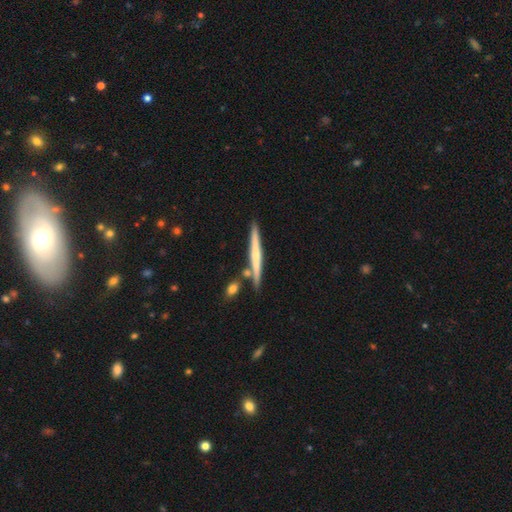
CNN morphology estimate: Q: Smooth or featured?
A: featured or disk (53%); runner-up: smooth (42%)
Q: Edge-on disk?
A: yes (96%); runner-up: no (4%)
Q: Edge-on bulge?
A: none (61%); runner-up: rounded (30%)
Q: Merging?
A: none (80%); runner-up: minor disturbance (10%)